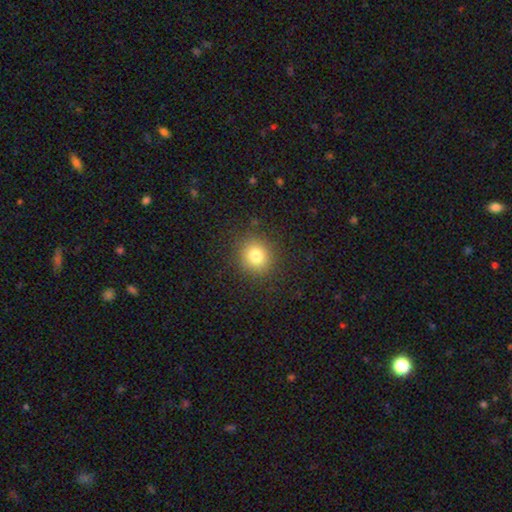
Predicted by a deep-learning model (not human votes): Overall: smooth (79%). How rounded: round (84%). Merging: none (88%).